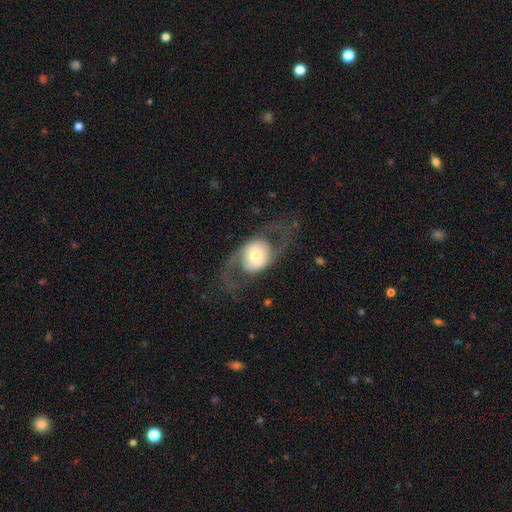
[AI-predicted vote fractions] Smooth or featured? Predicted: featured or disk (p=0.68). Edge-on disk? Predicted: no (p=0.91). Bar? Predicted: no (p=0.64). Spiral arms? Predicted: yes (p=0.66). Bulge size? Predicted: moderate (p=0.52). Merging? Predicted: none (p=0.67).